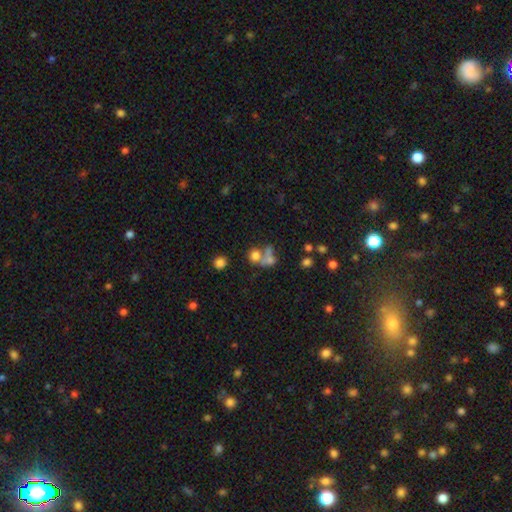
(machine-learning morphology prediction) Overall: smooth (66%). How rounded: round (68%; in between 30%). Merging: merger (53%; none 30%).